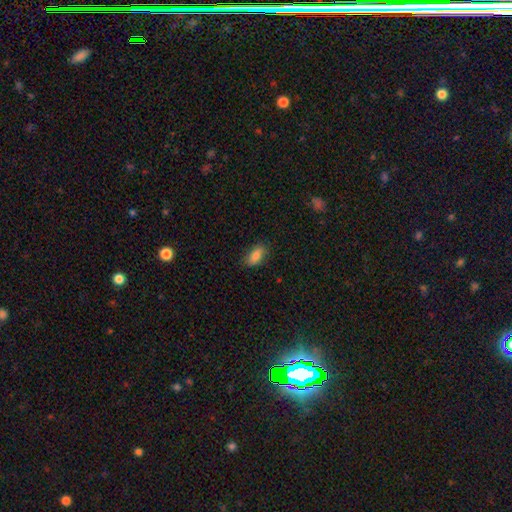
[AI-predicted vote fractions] Smooth or featured? Predicted: smooth (p=0.85). How rounded? Predicted: in between (p=0.90). Merging? Predicted: none (p=0.83).